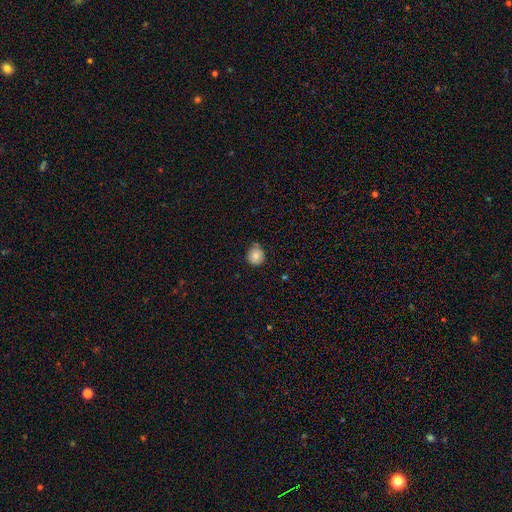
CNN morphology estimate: Q: Smooth or featured?
A: smooth (79%); runner-up: featured or disk (11%)
Q: How rounded?
A: round (90%); runner-up: in between (9%)
Q: Merging?
A: none (79%); runner-up: minor disturbance (15%)